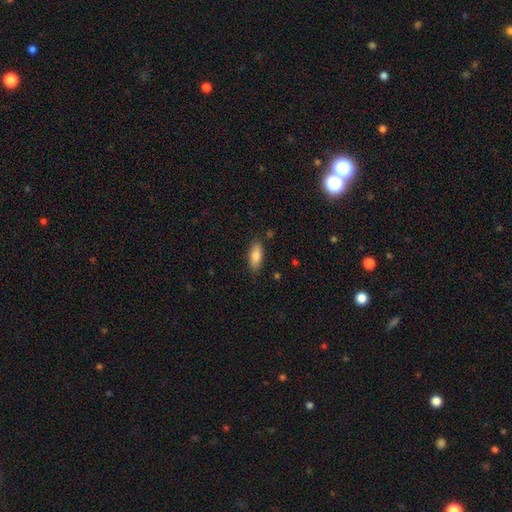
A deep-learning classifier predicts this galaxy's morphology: smooth-or-featured: smooth: 83% | featured or disk: 10% | star or artifact: 7%
  how-rounded: in between: 78% | cigar-shaped: 20% | round: 2%
  merging: none: 84% | minor disturbance: 12% | major disturbance: 2% | merger: 2%